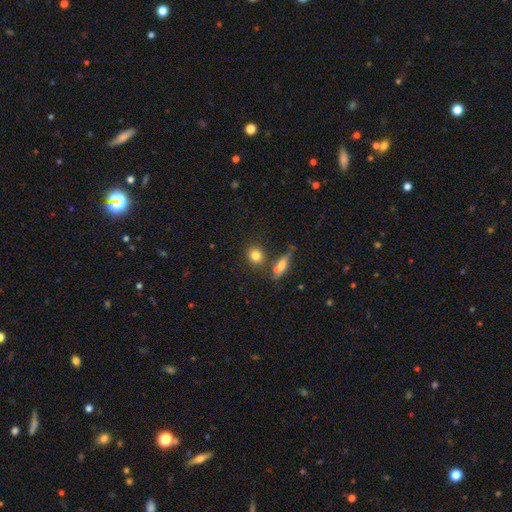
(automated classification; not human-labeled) A smooth galaxy with no disk features (81%) that is round (67%).

Vote fractions:
- Smooth or featured? smooth: 81% / featured or disk: 10% / star or artifact: 10%
- How rounded? round: 67% / in between: 30% / cigar-shaped: 3%
- Merging? none: 71% / merger: 15% / minor disturbance: 11% / major disturbance: 4%